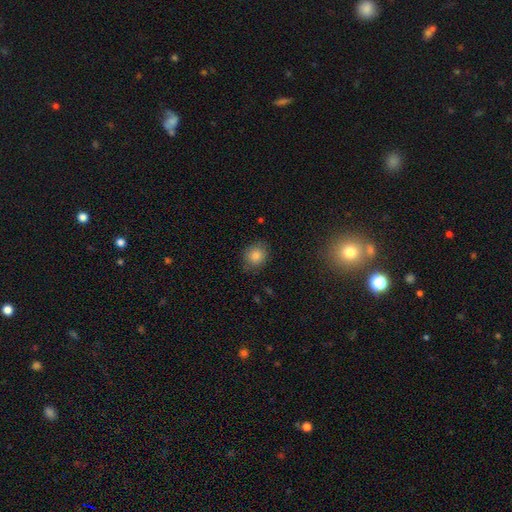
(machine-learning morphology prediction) smooth_or_featured: smooth (p=0.81) [alt: star or artifact p=0.12]
how_rounded: round (p=0.74) [alt: in between p=0.25]
merging: none (p=0.82) [alt: minor disturbance p=0.13]